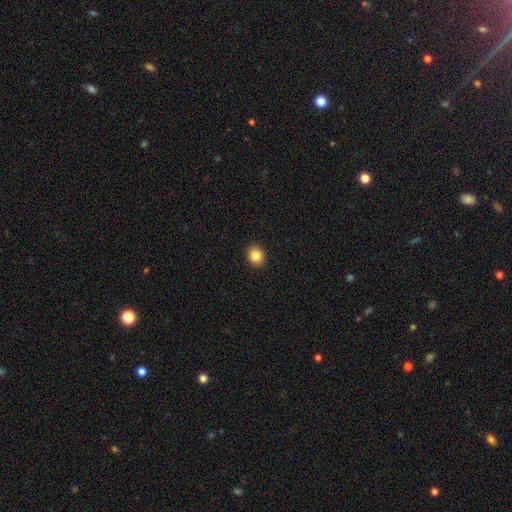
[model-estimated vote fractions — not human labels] Morphology: type=smooth (85%); roundness=round (70%); merging=none (92%).